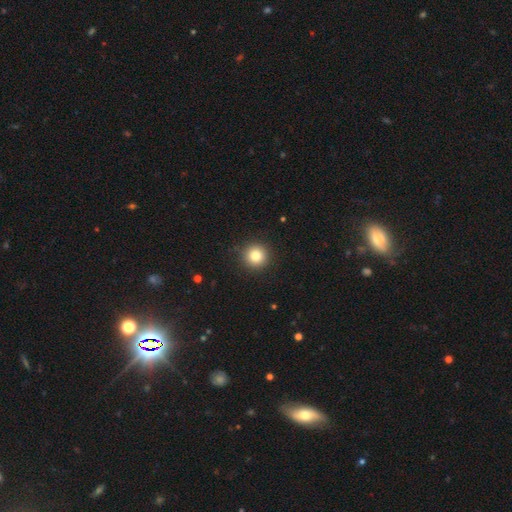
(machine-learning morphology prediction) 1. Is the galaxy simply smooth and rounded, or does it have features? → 82% smooth, 11% star or artifact, 7% featured or disk.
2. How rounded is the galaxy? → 95% round, 4% in between, 1% cigar-shaped.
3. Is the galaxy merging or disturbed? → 92% none, 5% minor disturbance, 2% major disturbance, 1% merger.